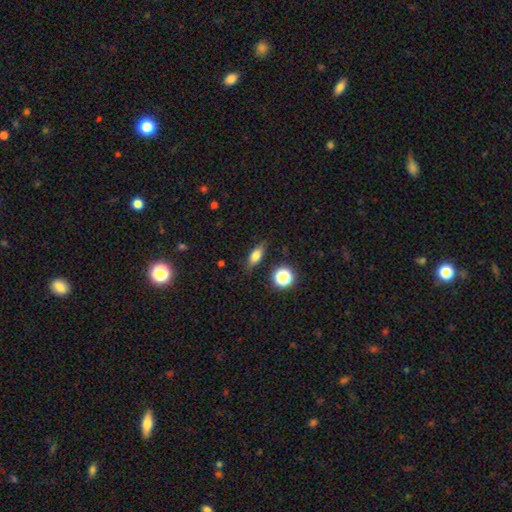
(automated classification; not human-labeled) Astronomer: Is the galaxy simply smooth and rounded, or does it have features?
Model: smooth — 71%.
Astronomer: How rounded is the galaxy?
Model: in between — 64%.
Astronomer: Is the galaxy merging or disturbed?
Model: none — 80%.